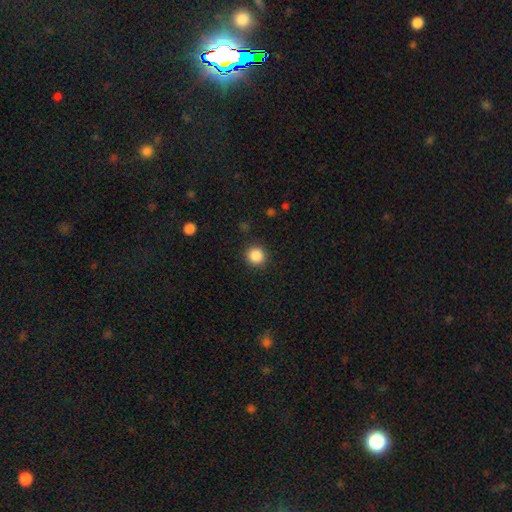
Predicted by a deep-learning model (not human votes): smooth-or-featured: smooth: 87% | star or artifact: 10% | featured or disk: 3%
  how-rounded: round: 94% | in between: 5% | cigar-shaped: 1%
  merging: none: 91% | minor disturbance: 6% | major disturbance: 2% | merger: 1%